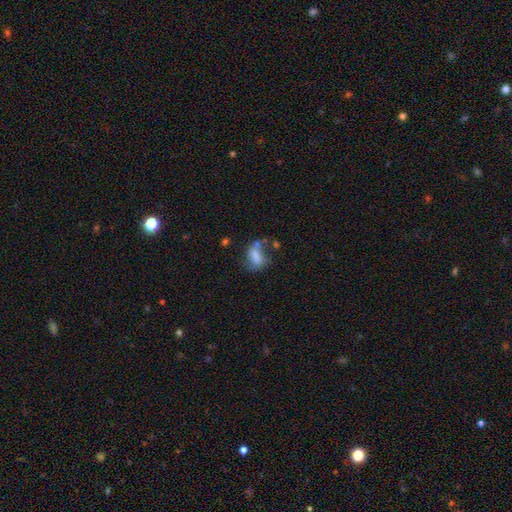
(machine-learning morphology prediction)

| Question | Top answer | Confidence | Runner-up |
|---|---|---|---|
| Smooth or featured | smooth | 67% | featured or disk (21%) |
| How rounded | in between | 82% | round (13%) |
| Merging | none | 32% | major disturbance (26%) |